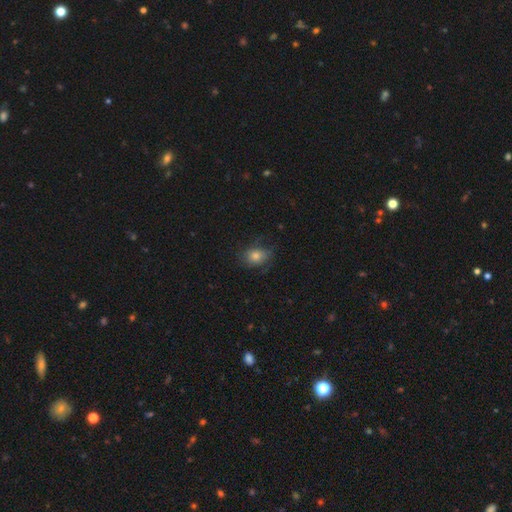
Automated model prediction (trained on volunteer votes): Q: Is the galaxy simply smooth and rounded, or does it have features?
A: smooth — 70%.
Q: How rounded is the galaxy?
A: in between — 58%.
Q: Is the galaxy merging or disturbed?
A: none — 66%.